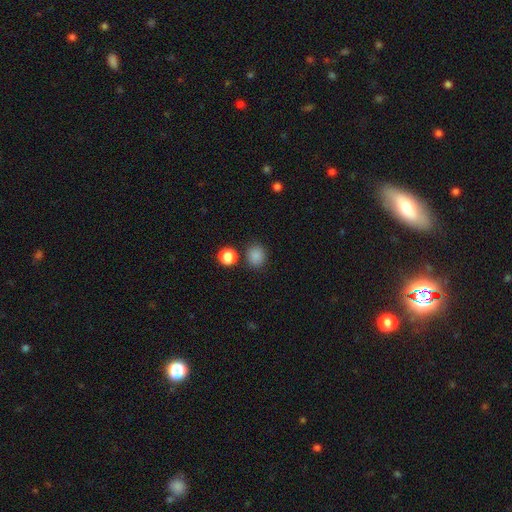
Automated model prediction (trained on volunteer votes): Q: Smooth or featured?
A: smooth (85%); runner-up: star or artifact (11%)
Q: How rounded?
A: round (78%); runner-up: in between (21%)
Q: Merging?
A: none (82%); runner-up: minor disturbance (9%)